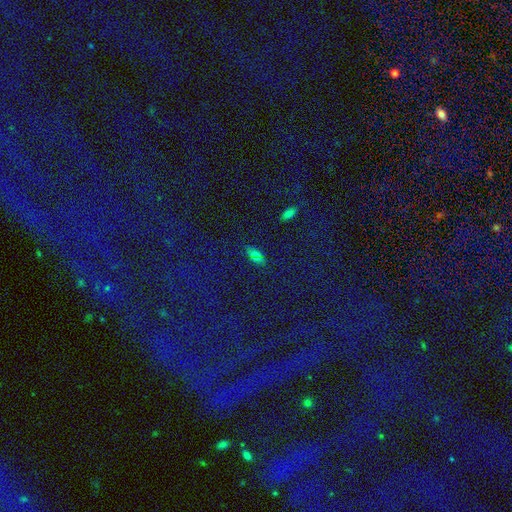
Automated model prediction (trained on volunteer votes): This appears to be a smooth galaxy with no disk features (62%) that is in between round and cigar-shaped (77%). Merging: none (84%).